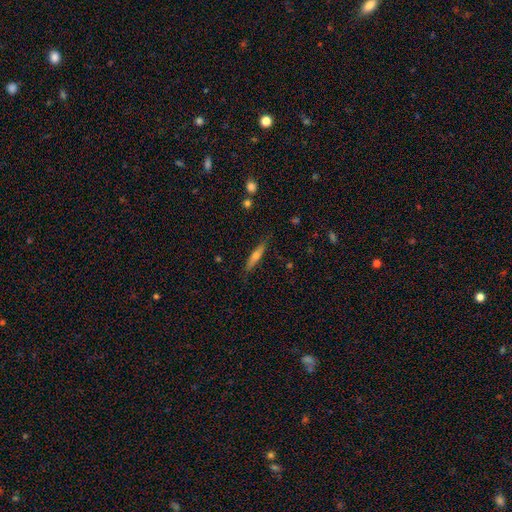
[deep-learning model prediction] A smooth galaxy with no disk features (53%) that is cigar-shaped (86%).

Vote fractions:
- Smooth or featured? smooth: 53% / featured or disk: 40% / star or artifact: 7%
- How rounded? cigar-shaped: 86% / in between: 12% / round: 2%
- Merging? none: 83% / minor disturbance: 13% / major disturbance: 2% / merger: 2%